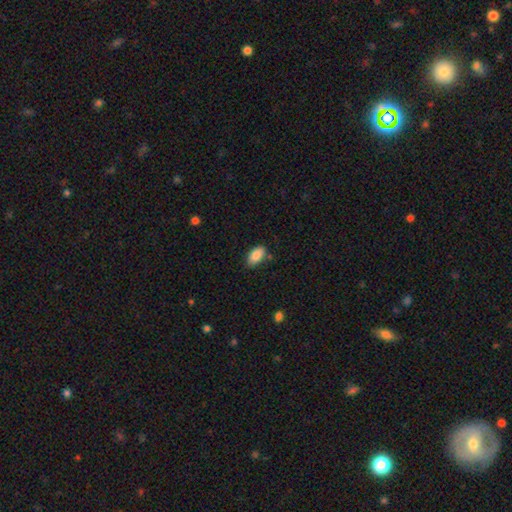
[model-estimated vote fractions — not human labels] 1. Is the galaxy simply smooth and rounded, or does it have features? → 88% smooth, 7% star or artifact, 5% featured or disk.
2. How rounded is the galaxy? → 94% in between, 3% round, 3% cigar-shaped.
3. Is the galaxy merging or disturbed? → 79% none, 16% minor disturbance, 3% major disturbance, 3% merger.